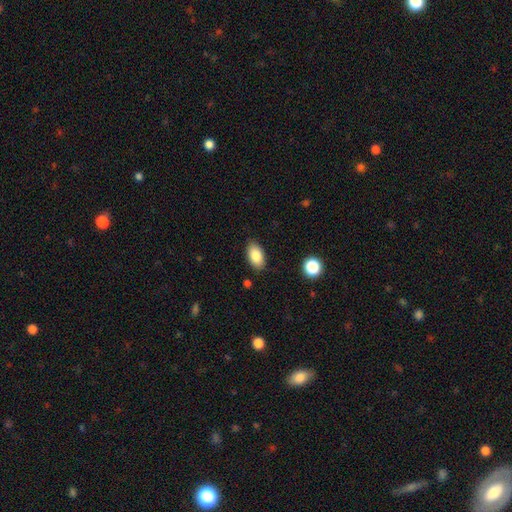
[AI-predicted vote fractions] Smooth or featured: smooth — 86% (star or artifact — 7%)
How rounded: in between — 93% (round — 5%)
Merging: none — 85% (minor disturbance — 11%)